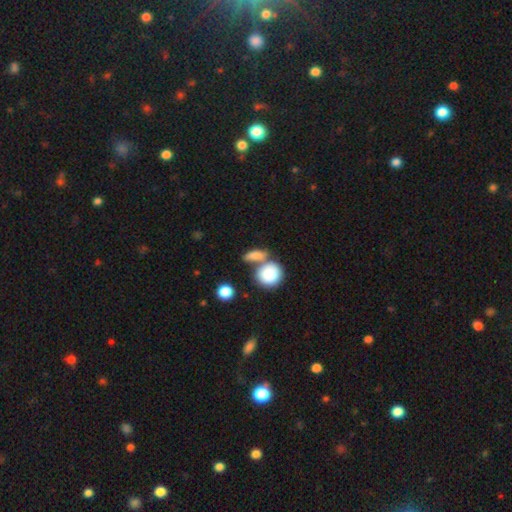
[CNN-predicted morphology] Overall: smooth (81%). How rounded: in between (56%; round 34%). Merging: merger (45%; none 39%).